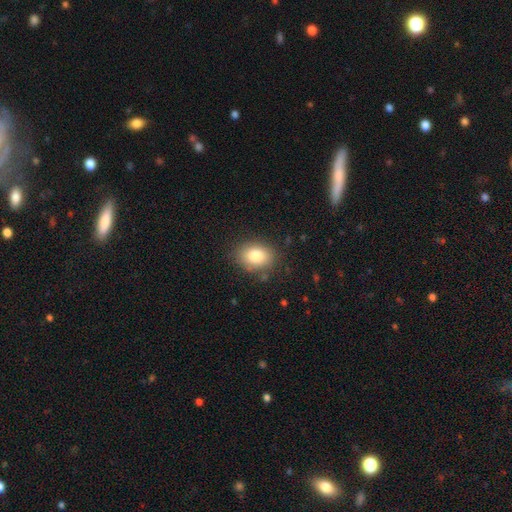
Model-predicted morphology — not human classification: smooth 82%, featured or disk 9%, star or artifact 9%. Down the decision tree: how rounded — in between (67%); merging — none (83%).